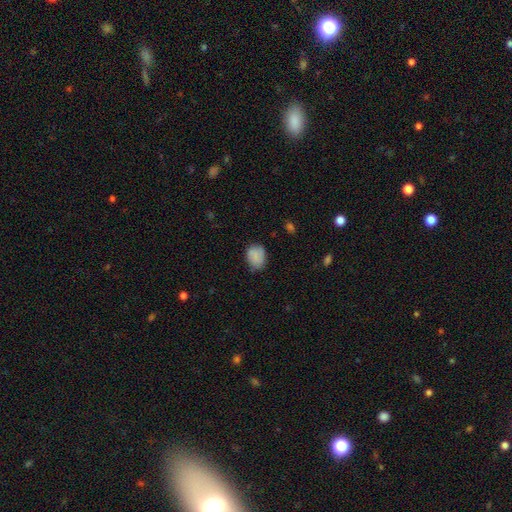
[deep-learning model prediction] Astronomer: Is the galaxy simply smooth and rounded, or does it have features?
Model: smooth — 82%.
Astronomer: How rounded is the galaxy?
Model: in between — 60% (runner-up: round, 39%).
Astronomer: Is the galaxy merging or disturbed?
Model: none — 71%.